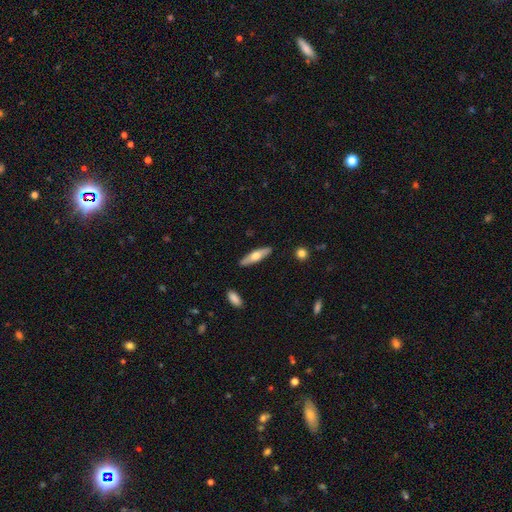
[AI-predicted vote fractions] Morphology: type=smooth (52%); roundness=cigar-shaped (71%); merging=none (88%).